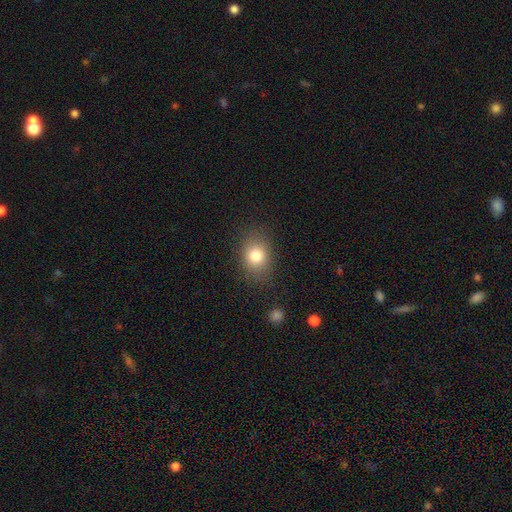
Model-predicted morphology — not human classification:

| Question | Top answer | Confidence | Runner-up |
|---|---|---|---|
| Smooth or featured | smooth | 80% | star or artifact (11%) |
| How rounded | round | 51% | in between (48%) |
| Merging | none | 82% | minor disturbance (12%) |